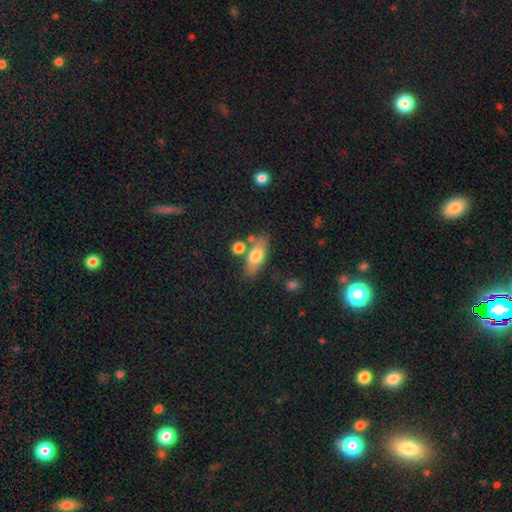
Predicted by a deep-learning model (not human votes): A smooth galaxy with no disk features (67%) that is in between round and cigar-shaped (73%).

Vote fractions:
- Smooth or featured? smooth: 67% / featured or disk: 26% / star or artifact: 7%
- How rounded? in between: 73% / cigar-shaped: 21% / round: 6%
- Merging? none: 71% / minor disturbance: 14% / merger: 11% / major disturbance: 4%